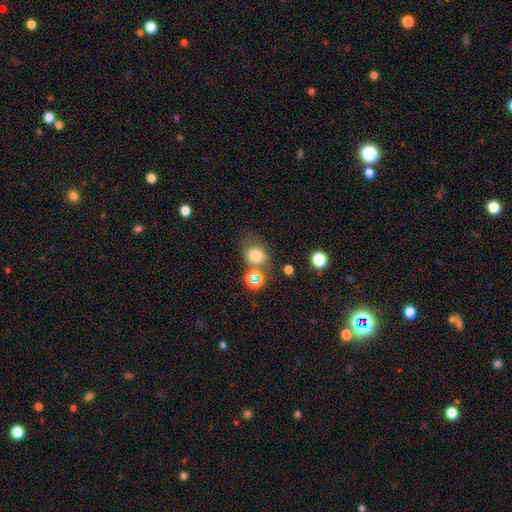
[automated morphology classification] Overall: smooth (73%). How rounded: round (59%; in between 40%). Merging: none (56%; minor disturbance 18%).